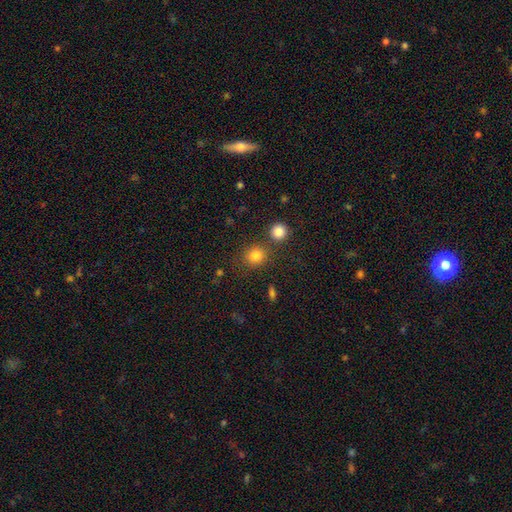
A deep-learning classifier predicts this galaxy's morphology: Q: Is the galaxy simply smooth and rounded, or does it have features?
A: smooth — 82%.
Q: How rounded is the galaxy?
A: round — 82%.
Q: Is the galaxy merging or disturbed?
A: none — 74%.